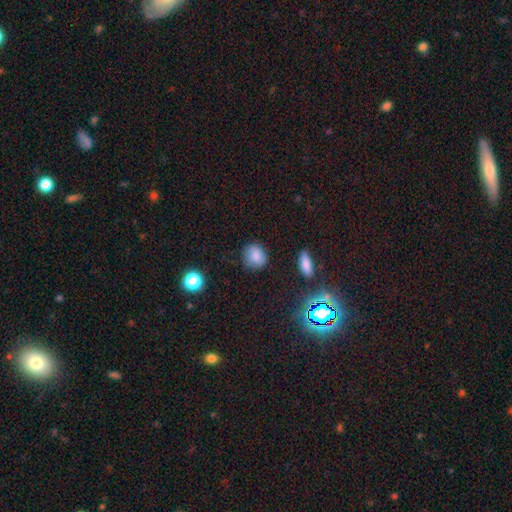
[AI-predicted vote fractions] This appears to be a smooth galaxy with no disk features (82%) that is round (74%). Merging: none (81%).